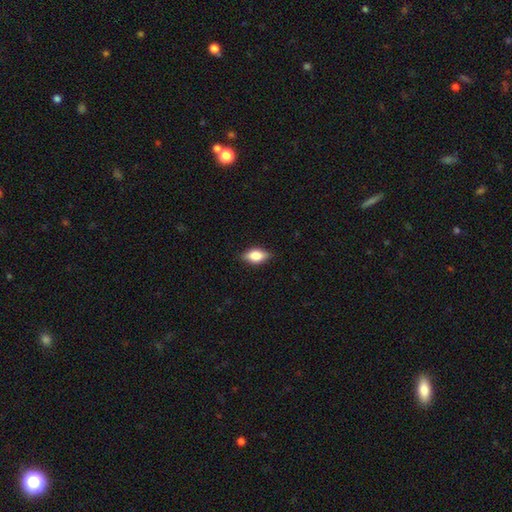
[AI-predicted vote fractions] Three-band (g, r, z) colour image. It shows a smooth galaxy with no disk features (70%) that is in between round and cigar-shaped (84%). Merging: none (84%).